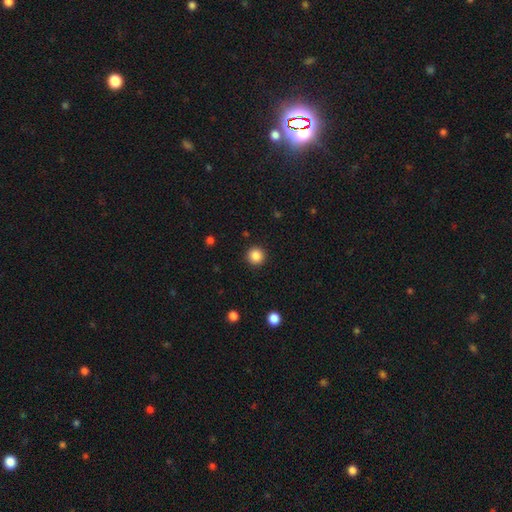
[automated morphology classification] Smooth or featured?
  - smooth: 86% *
  - star or artifact: 10%
  - featured or disk: 3%
How rounded?
  - round: 95% *
  - in between: 4%
  - cigar-shaped: 1%
Merging?
  - none: 92% *
  - minor disturbance: 5%
  - major disturbance: 2%
  - merger: 1%